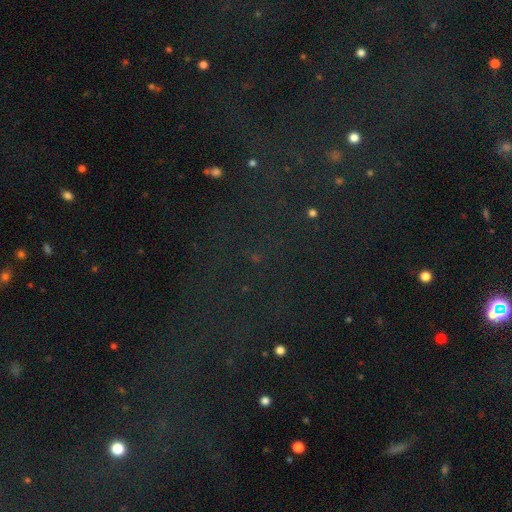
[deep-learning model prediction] Smooth or featured? star or artifact (74%)